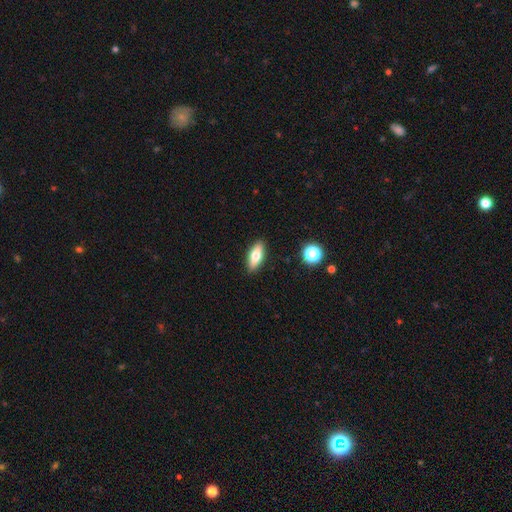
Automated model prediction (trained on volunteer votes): Smooth or featured?
  - smooth: 68% *
  - featured or disk: 25%
  - star or artifact: 8%
How rounded?
  - in between: 73% *
  - cigar-shaped: 24%
  - round: 3%
Merging?
  - none: 89% *
  - minor disturbance: 7%
  - major disturbance: 2%
  - merger: 1%